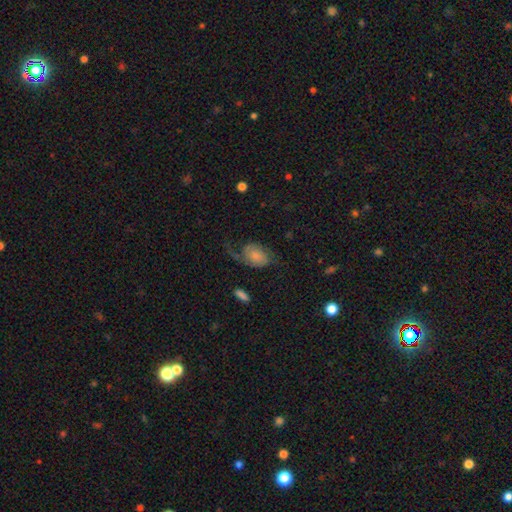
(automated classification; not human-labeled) smooth-or-featured: featured or disk: 56% | smooth: 35% | star or artifact: 9%
  disk-edge-on: no: 97% | yes: 3%
    bar: no: 71% | weak: 24% | strong: 5%
    has-spiral-arms: yes: 89% | no: 11%
    bulge-size: none: 25% (tied) | small: 25% (tied) | moderate: 24% | large: 18% | dominant: 8%
  merging: none: 45% | major disturbance: 31% | minor disturbance: 21% | merger: 3%